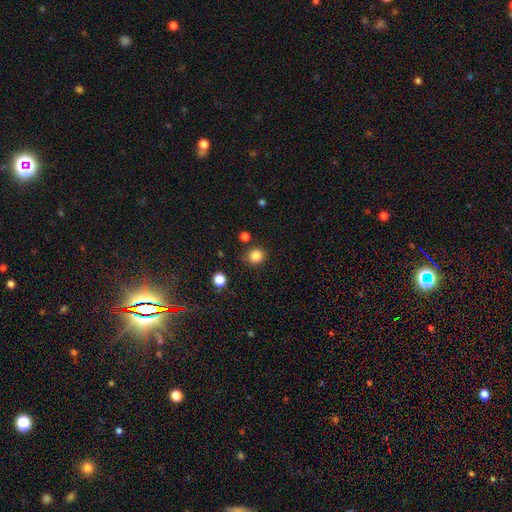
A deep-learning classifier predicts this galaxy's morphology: Smooth or featured: smooth — 84% (star or artifact — 12%)
How rounded: round — 90% (in between — 9%)
Merging: none — 84% (minor disturbance — 9%)